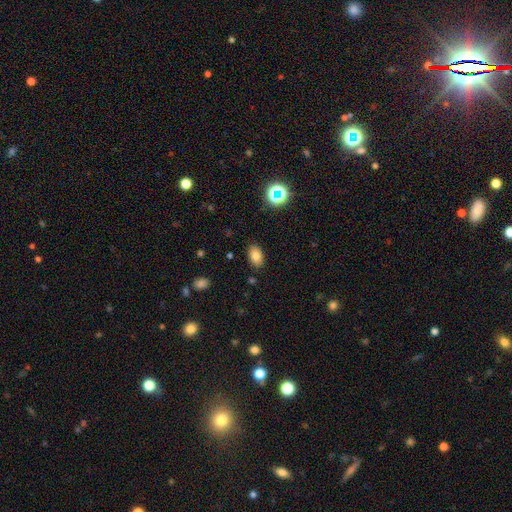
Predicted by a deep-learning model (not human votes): Smooth or featured? smooth (80%)
How rounded? in between (89%)
Merging? none (86%)